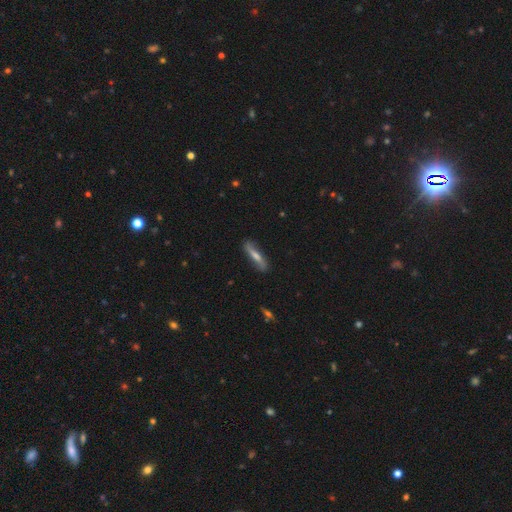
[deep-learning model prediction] smooth_or_featured: featured or disk (p=0.50) [alt: smooth p=0.42]
disk_edge_on: yes (p=0.53) [alt: no p=0.47]
merging: none (p=0.81) [alt: minor disturbance p=0.14]